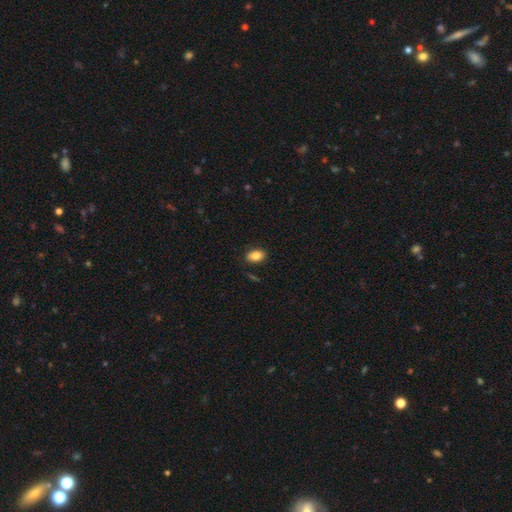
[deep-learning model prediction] Morphology: type=smooth (85%); roundness=in between (89%); merging=none (86%).